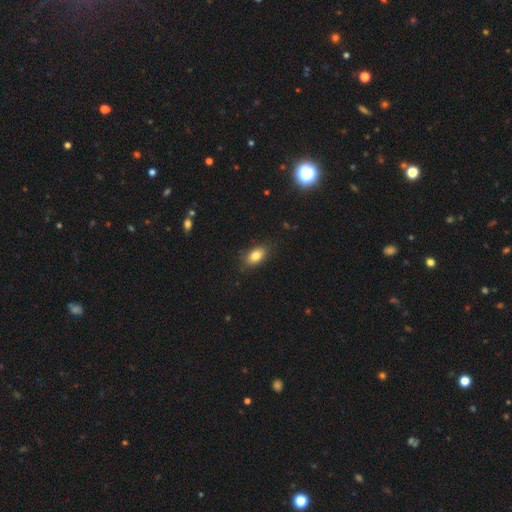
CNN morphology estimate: smooth_or_featured: smooth (p=0.82) [alt: star or artifact p=0.09]
how_rounded: in between (p=0.87) [alt: round p=0.10]
merging: none (p=0.84) [alt: minor disturbance p=0.12]